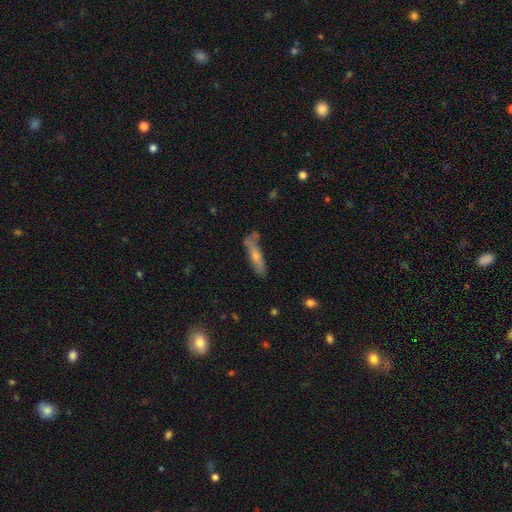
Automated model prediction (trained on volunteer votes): A smooth galaxy with no disk features (48%).

Vote fractions:
- Smooth or featured? smooth: 48% / featured or disk: 43% / star or artifact: 9%
- Merging? none: 63% / minor disturbance: 23% / major disturbance: 8% / merger: 7%